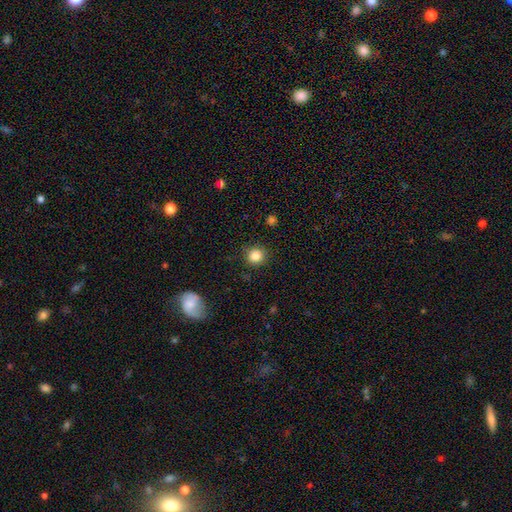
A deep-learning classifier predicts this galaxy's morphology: Smooth or featured?
  - smooth: 85% *
  - star or artifact: 10%
  - featured or disk: 4%
How rounded?
  - round: 90% *
  - in between: 9%
  - cigar-shaped: 1%
Merging?
  - none: 88% *
  - minor disturbance: 8%
  - major disturbance: 3%
  - merger: 1%